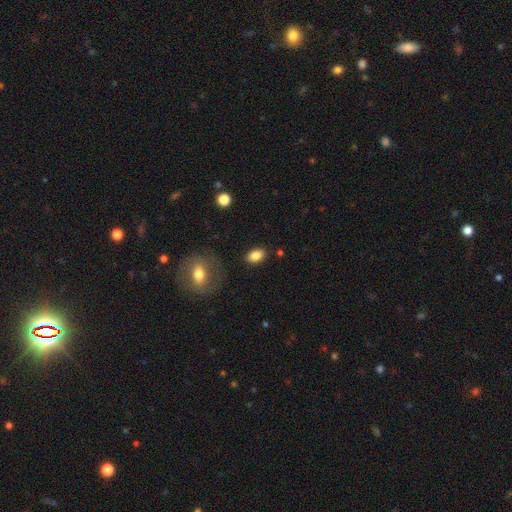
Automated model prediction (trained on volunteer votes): Smooth or featured?
  - smooth: 85% *
  - star or artifact: 9%
  - featured or disk: 7%
How rounded?
  - in between: 86% *
  - round: 12%
  - cigar-shaped: 2%
Merging?
  - none: 86% *
  - minor disturbance: 9%
  - major disturbance: 3%
  - merger: 2%